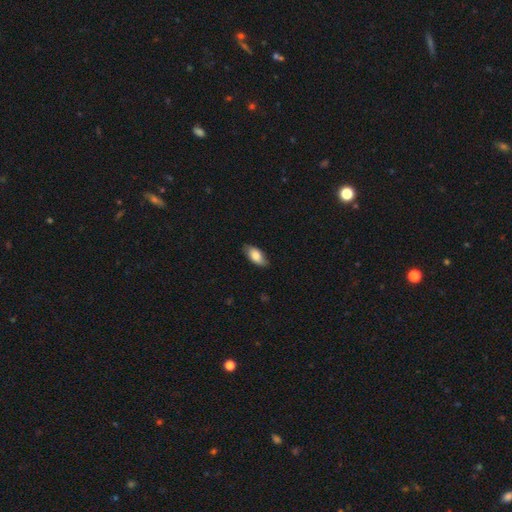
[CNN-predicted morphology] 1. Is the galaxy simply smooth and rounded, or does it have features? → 80% smooth, 14% featured or disk, 6% star or artifact.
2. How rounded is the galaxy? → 91% in between, 6% cigar-shaped, 3% round.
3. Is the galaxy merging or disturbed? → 80% none, 16% minor disturbance, 3% major disturbance, 1% merger.